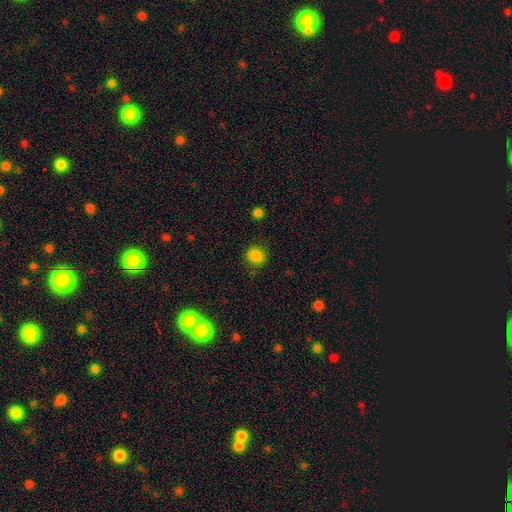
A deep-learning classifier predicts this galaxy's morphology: This appears to be a smooth galaxy with no disk features (84%) that is round (73%). Merging: none (85%).